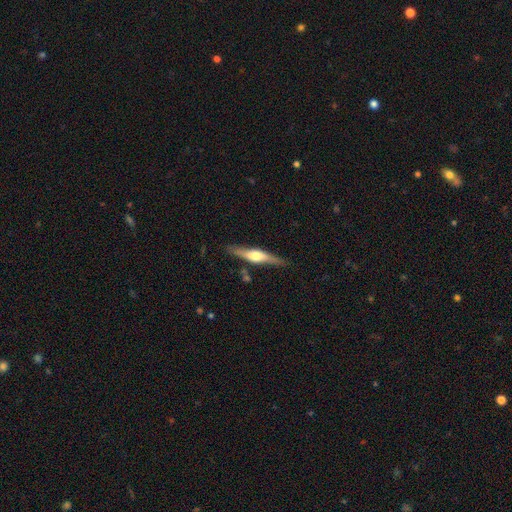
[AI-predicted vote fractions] featured or disk 67%, smooth 28%, star or artifact 5%. Down the decision tree: edge-on disk — yes (95%); edge-on bulge — rounded (89%); merging — none (82%).